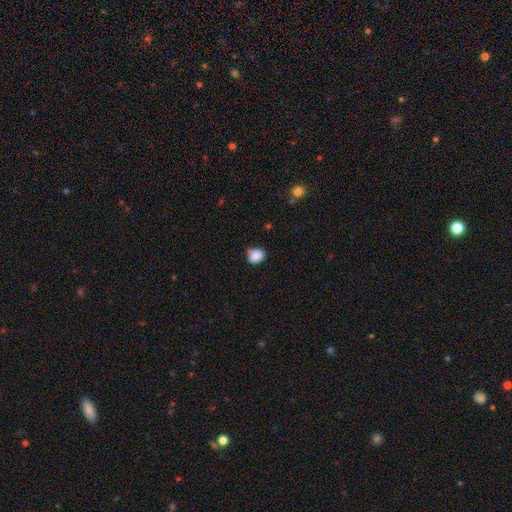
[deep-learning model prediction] This appears to be a smooth galaxy with no disk features (88%) that is round (55%). Merging: none (73%).